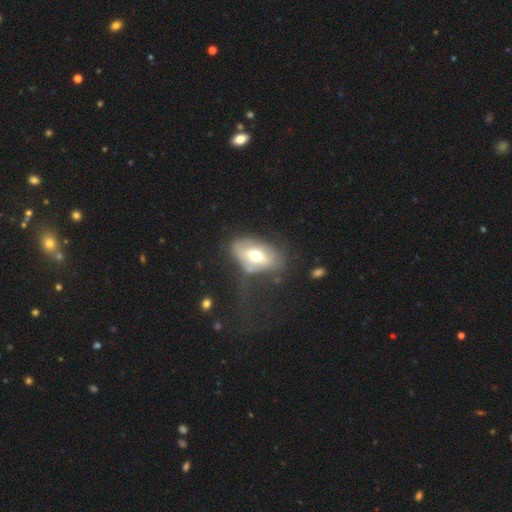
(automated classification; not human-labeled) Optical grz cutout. It shows a smooth galaxy with no disk features (57%) that is in between round and cigar-shaped (88%). Merging: none (42%).